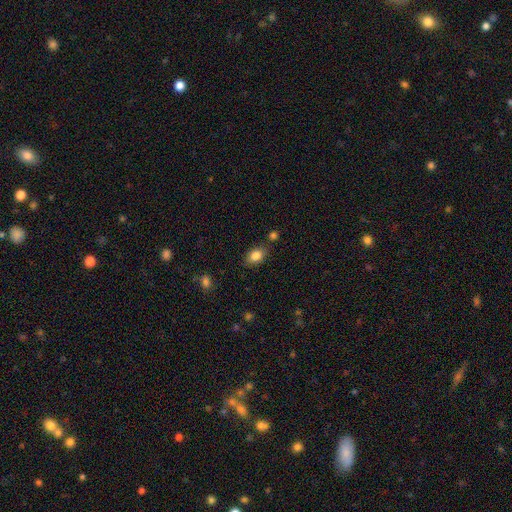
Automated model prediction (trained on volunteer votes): smooth_or_featured: smooth (p=0.83) [alt: star or artifact p=0.09]
how_rounded: in between (p=0.78) [alt: round p=0.21]
merging: none (p=0.79) [alt: minor disturbance p=0.13]